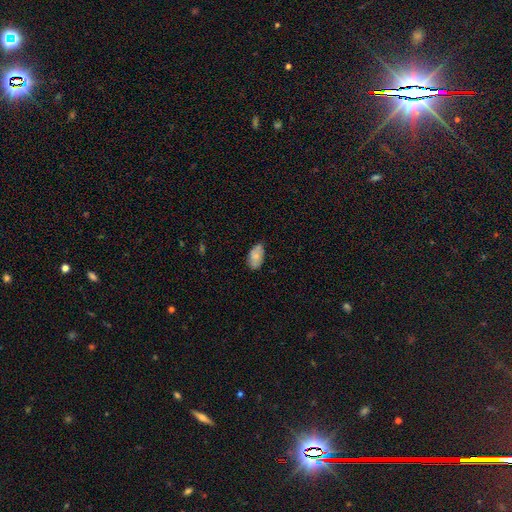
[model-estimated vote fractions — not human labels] smooth 69%, featured or disk 24%, star or artifact 7%. Down the decision tree: how rounded — in between (93%); merging — none (72%).